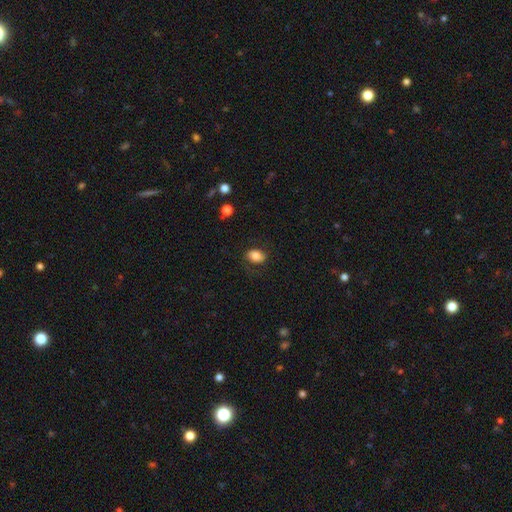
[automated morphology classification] This is likely a smooth galaxy (78%). How rounded: likely in between (78%). Merging: likely none (75%).